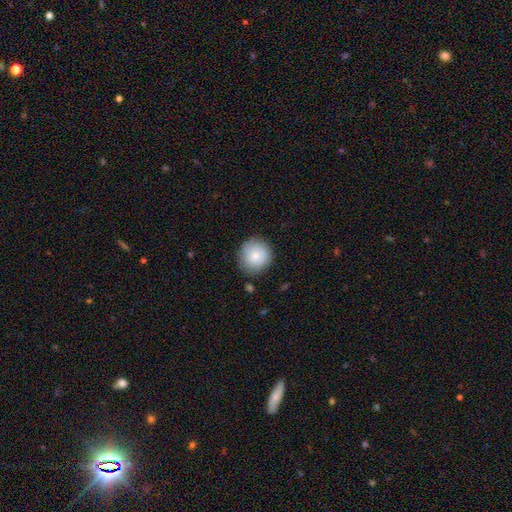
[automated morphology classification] This is likely a smooth galaxy (73%). How rounded: clearly round (91%). Merging: clearly none (81%).